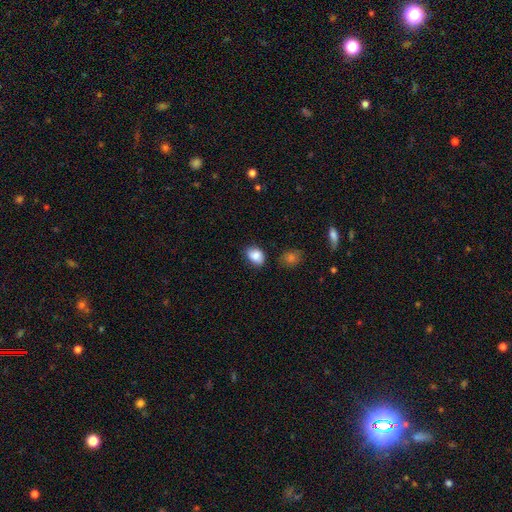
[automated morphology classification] Smooth or featured: smooth — 86% (star or artifact — 8%)
How rounded: in between — 79% (round — 19%)
Merging: none — 75% (minor disturbance — 18%)